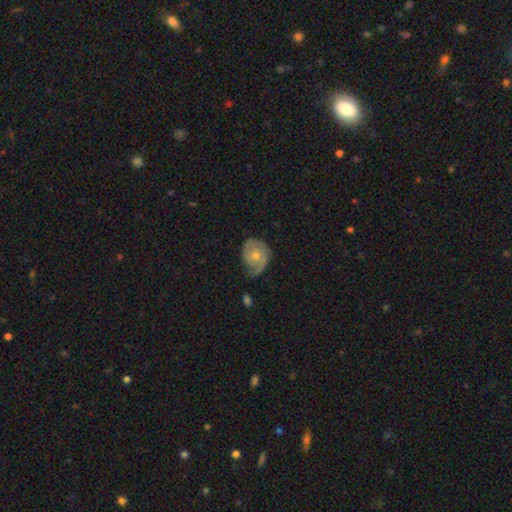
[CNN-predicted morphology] A featured or disk galaxy (67%) with no bar (77%), 2 (58%) tight (41%) spiral arms (89%) and a small central bulge (49%).

Vote fractions:
- Smooth or featured? featured or disk: 67% / smooth: 27% / star or artifact: 6%
- Edge-on disk? no: 97% / yes: 3%
- Bar? no: 77% / weak: 20% / strong: 3%
- Spiral arms? yes: 89% / no: 11%
- Spiral winding? tight: 41% / medium: 39% / loose: 20%
- Spiral arm count? 2: 58% / 1: 20% / can't tell: 14% / 3: 5% / 4: 2% / more than 4: 2%
- Bulge size? small: 49% / moderate: 46% / large: 2% / none: 2% / dominant: 1%
- Merging? none: 54% / minor disturbance: 31% / major disturbance: 14% / merger: 2%